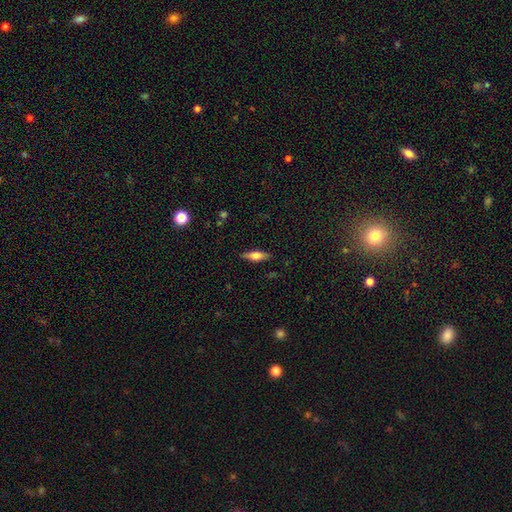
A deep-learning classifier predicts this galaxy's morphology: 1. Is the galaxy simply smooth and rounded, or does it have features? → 50% smooth, 43% featured or disk, 7% star or artifact.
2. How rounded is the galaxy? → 54% cigar-shaped, 44% in between, 3% round.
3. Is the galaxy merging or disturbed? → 87% none, 9% minor disturbance, 2% major disturbance, 1% merger.